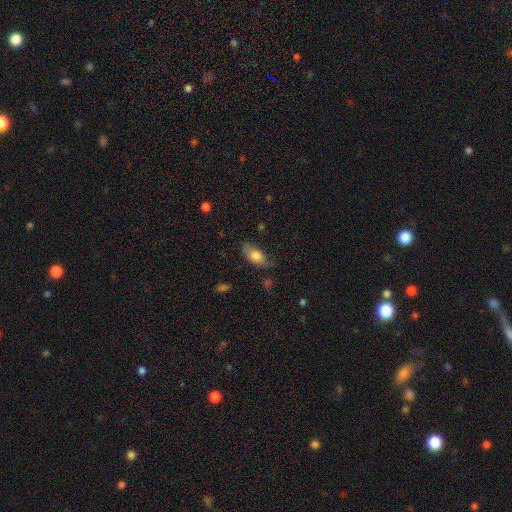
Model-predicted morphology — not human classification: smooth 74%, featured or disk 18%, star or artifact 7%. Down the decision tree: how rounded — in between (86%); merging — none (59%).